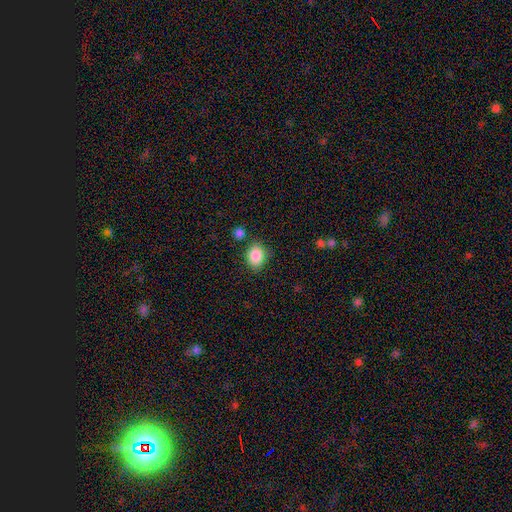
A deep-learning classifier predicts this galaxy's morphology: Overall: smooth (87%). How rounded: in between (65%; round 34%). Merging: none (77%).